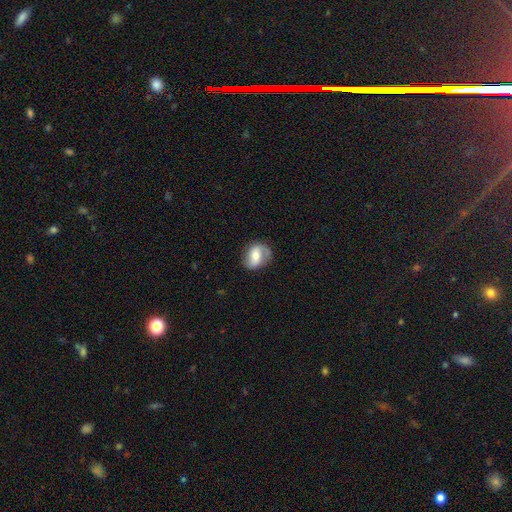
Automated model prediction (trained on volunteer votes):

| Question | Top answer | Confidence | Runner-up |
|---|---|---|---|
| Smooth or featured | featured or disk | 59% | smooth (34%) |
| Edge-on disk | no | 96% | yes (4%) |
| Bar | weak | 41% | no (34%) |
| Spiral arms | yes | 84% | no (16%) |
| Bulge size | moderate | 65% | small (22%) |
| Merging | none | 74% | minor disturbance (18%) |